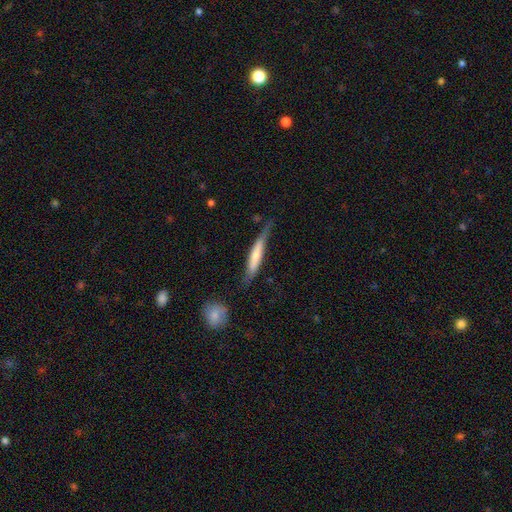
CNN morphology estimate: smooth_or_featured: smooth (p=0.59) [alt: featured or disk p=0.36]
how_rounded: cigar-shaped (p=0.89) [alt: in between p=0.09]
merging: none (p=0.56) [alt: minor disturbance p=0.31]